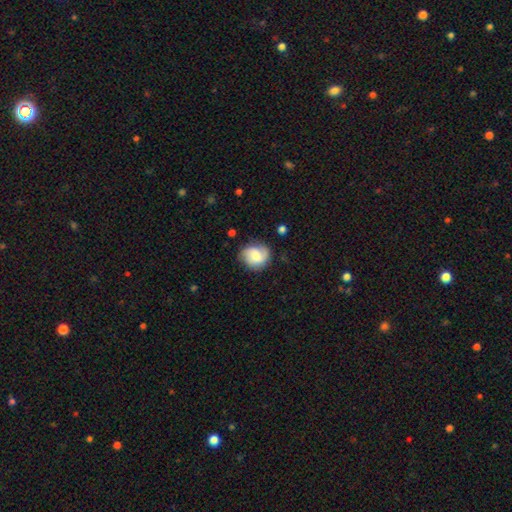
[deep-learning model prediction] Q: Smooth or featured?
A: smooth (49%); runner-up: featured or disk (43%)
Q: Merging?
A: none (74%); runner-up: minor disturbance (19%)